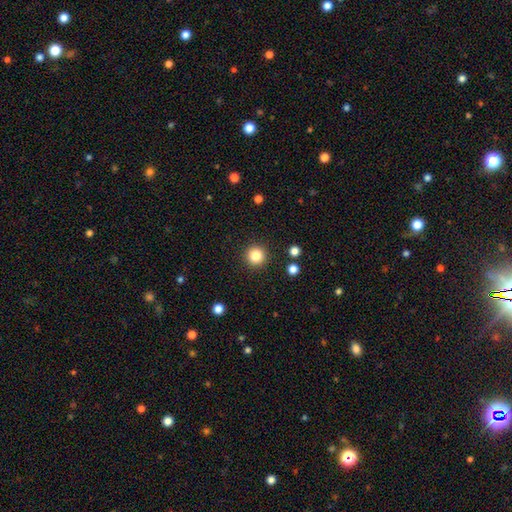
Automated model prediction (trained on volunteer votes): smooth 84%, star or artifact 11%, featured or disk 5%. Down the decision tree: how rounded — round (96%); merging — none (92%).